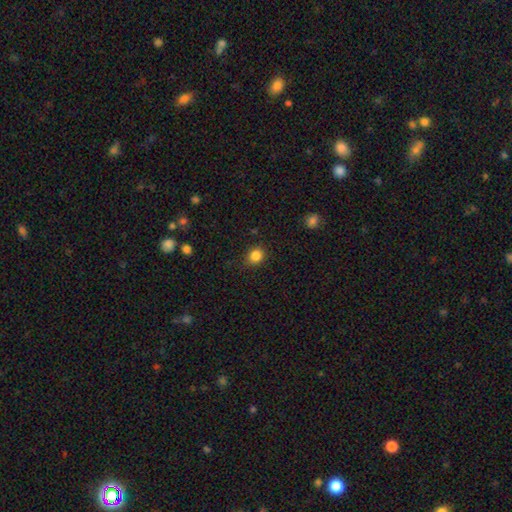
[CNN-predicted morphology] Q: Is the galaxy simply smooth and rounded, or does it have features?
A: smooth — 84%.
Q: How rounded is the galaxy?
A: round — 72%.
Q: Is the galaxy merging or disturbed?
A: none — 82%.